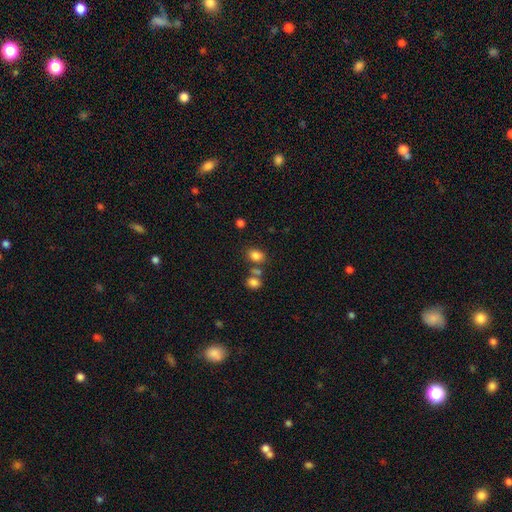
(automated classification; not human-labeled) Smooth or featured?
  - smooth: 82% *
  - star or artifact: 12%
  - featured or disk: 6%
How rounded?
  - in between: 72% *
  - round: 27%
  - cigar-shaped: 1%
Merging?
  - none: 64% *
  - merger: 19%
  - minor disturbance: 12%
  - major disturbance: 5%